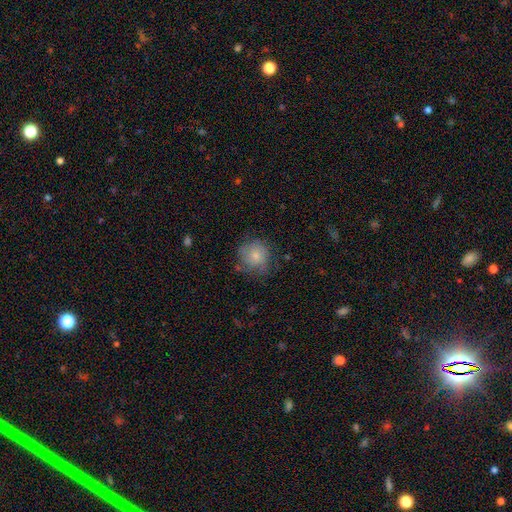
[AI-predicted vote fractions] This is likely a smooth galaxy (78%). How rounded: clearly round (89%). Merging: likely none (67%).